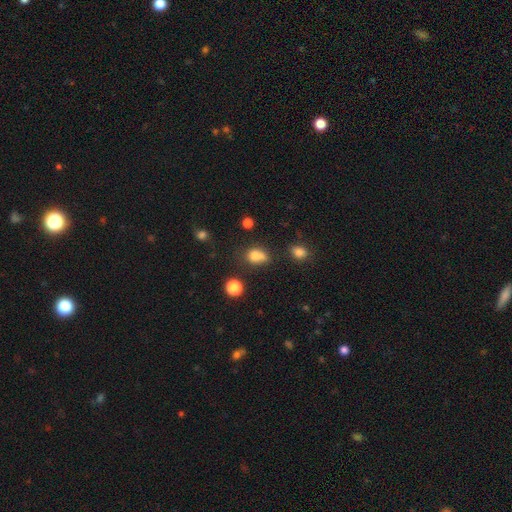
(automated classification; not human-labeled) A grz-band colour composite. It shows a smooth galaxy with no disk features (76%) that is in between round and cigar-shaped (53%). Merging: none (39%).